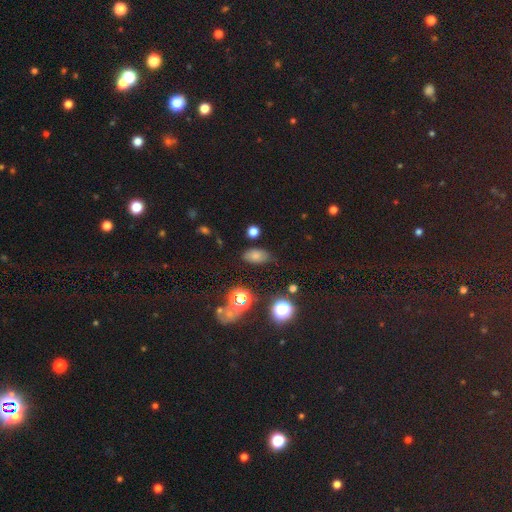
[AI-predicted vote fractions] This appears to be a smooth galaxy with no disk features (69%) that is in between round and cigar-shaped (88%). Merging: none (73%).